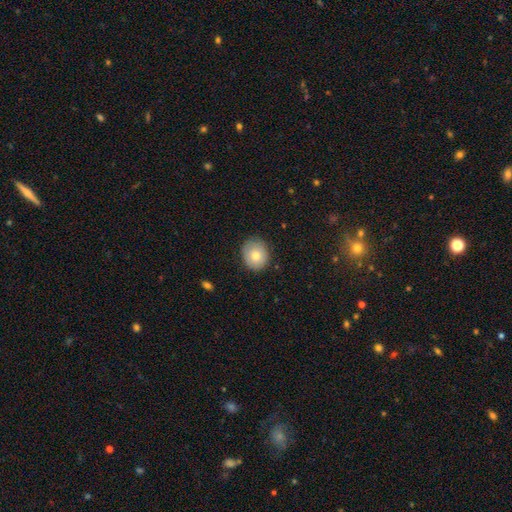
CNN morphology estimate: Smooth or featured: smooth — 76% (featured or disk — 16%)
How rounded: round — 71% (in between — 28%)
Merging: none — 82% (minor disturbance — 14%)